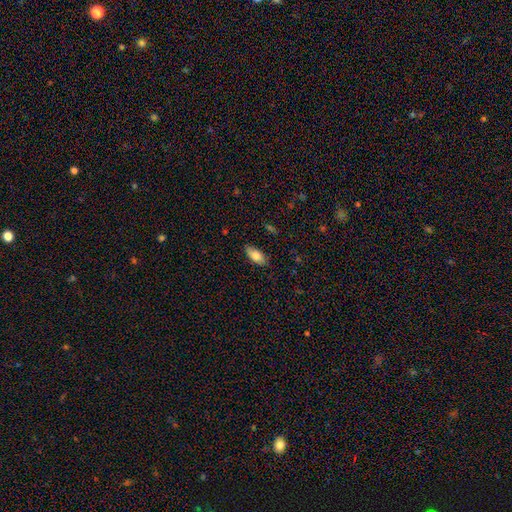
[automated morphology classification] A smooth galaxy with no disk features (81%) that is in between round and cigar-shaped (89%). Merging: none (82%).